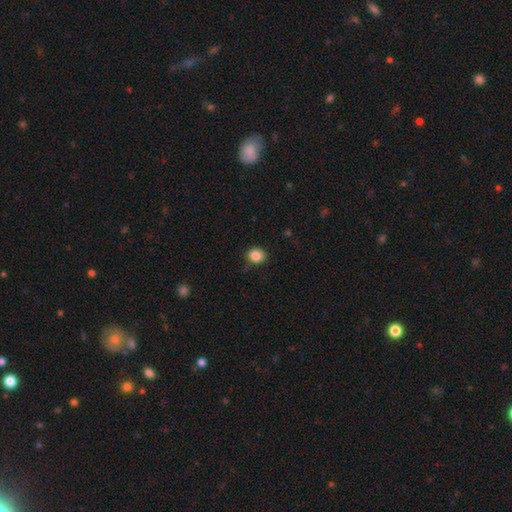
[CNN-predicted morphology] smooth_or_featured: smooth (p=0.85) [alt: star or artifact p=0.11]
how_rounded: round (p=0.73) [alt: in between p=0.26]
merging: none (p=0.82) [alt: minor disturbance p=0.14]